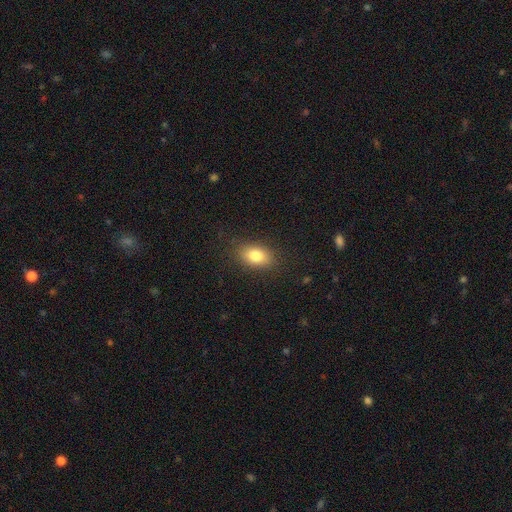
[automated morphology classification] smooth-or-featured: smooth: 81% | featured or disk: 10% | star or artifact: 9%
  how-rounded: in between: 84% | round: 14% | cigar-shaped: 2%
  merging: none: 85% | minor disturbance: 10% | major disturbance: 4% | merger: 1%